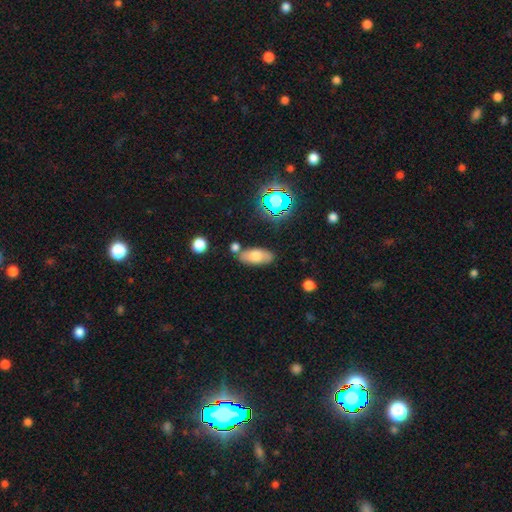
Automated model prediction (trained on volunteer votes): The model was most divided on "smooth or featured": smooth: 66%, featured or disk: 22%, star or artifact: 12%. More confident: how rounded — in between (86%); merging — none (73%).